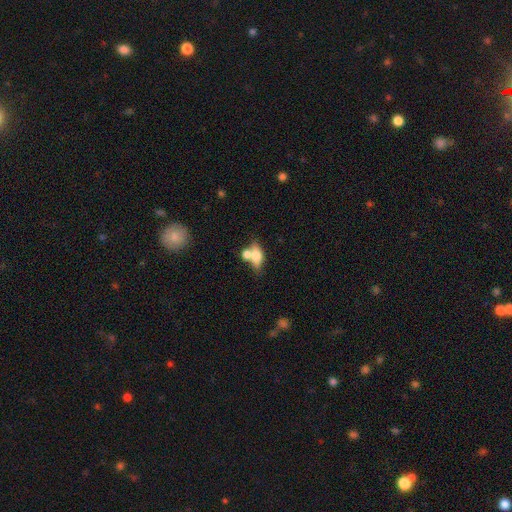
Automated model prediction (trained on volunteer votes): This appears to be a smooth galaxy with no disk features (66%) that is in between round and cigar-shaped (76%). Merging: merger (45%).